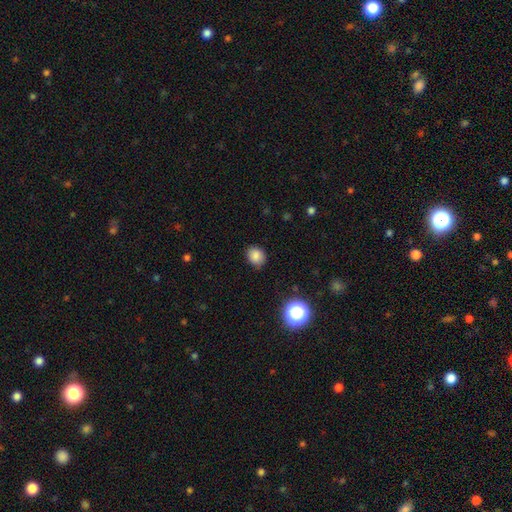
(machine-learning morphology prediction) smooth 83%, star or artifact 12%, featured or disk 5%. Down the decision tree: how rounded — round (60%); merging — none (83%).